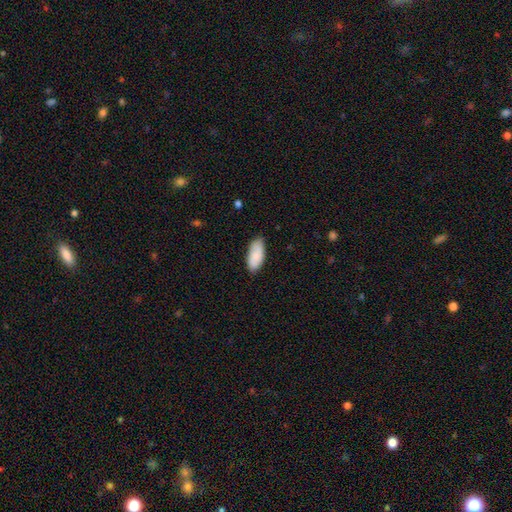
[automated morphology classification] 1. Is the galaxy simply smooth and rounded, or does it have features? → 85% smooth, 10% featured or disk, 6% star or artifact.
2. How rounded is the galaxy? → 89% in between, 9% cigar-shaped, 2% round.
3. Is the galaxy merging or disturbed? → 81% none, 16% minor disturbance, 2% major disturbance, 1% merger.